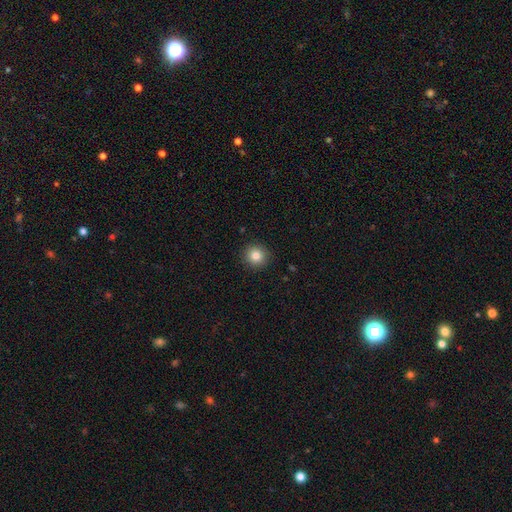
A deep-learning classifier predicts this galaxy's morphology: Smooth or featured: smooth — 83% (star or artifact — 11%)
How rounded: round — 94% (in between — 5%)
Merging: none — 92% (minor disturbance — 6%)